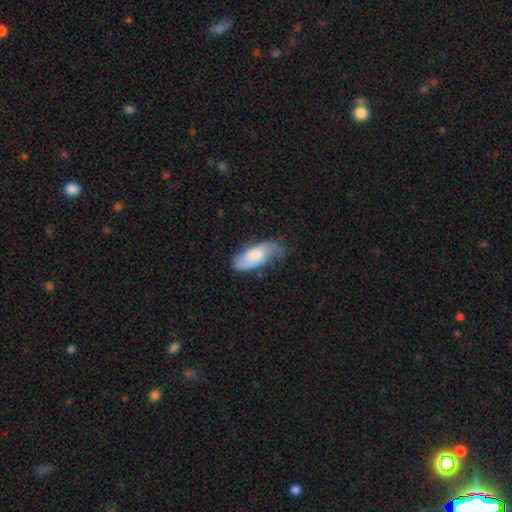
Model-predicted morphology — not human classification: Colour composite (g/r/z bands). It shows a featured or disk galaxy (48%). Merging: none (49%).